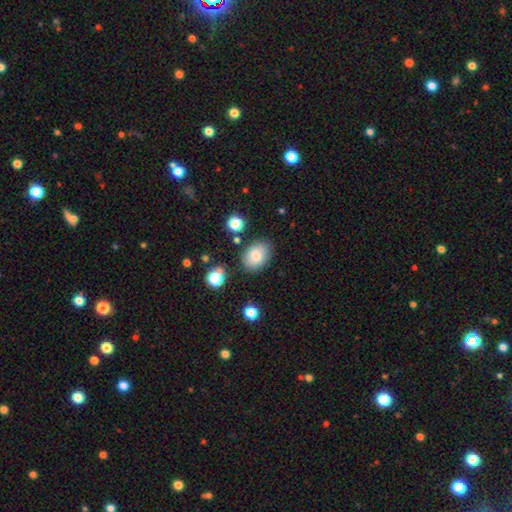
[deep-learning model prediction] smooth 78%, featured or disk 12%, star or artifact 10%. Down the decision tree: how rounded — in between (71%); merging — none (78%).